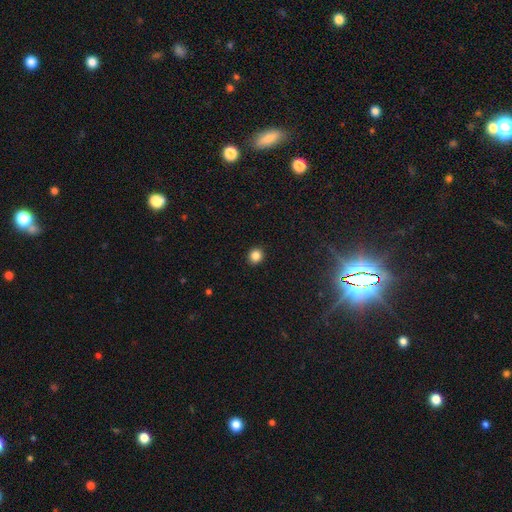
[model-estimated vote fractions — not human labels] This is clearly a smooth galaxy (84%). How rounded: clearly round (82%). Merging: clearly none (92%).